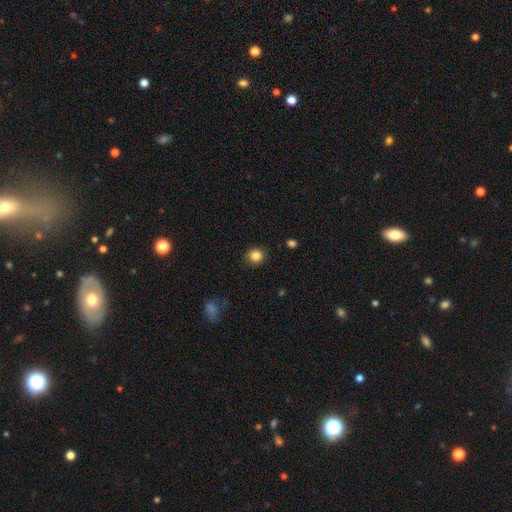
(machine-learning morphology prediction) Smooth or featured? Predicted: smooth (p=0.85). How rounded? Predicted: round (p=0.84). Merging? Predicted: none (p=0.88).